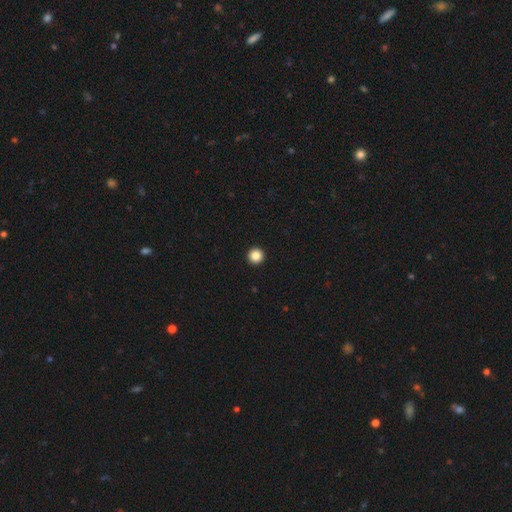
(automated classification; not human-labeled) A smooth galaxy with no disk features (86%) that is round (97%). Merging: none (95%).